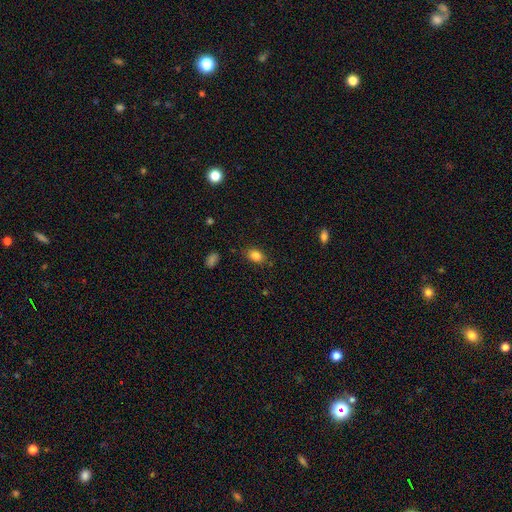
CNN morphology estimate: smooth_or_featured: smooth (p=0.83) [alt: star or artifact p=0.10]
how_rounded: in between (p=0.79) [alt: round p=0.20]
merging: none (p=0.81) [alt: minor disturbance p=0.13]